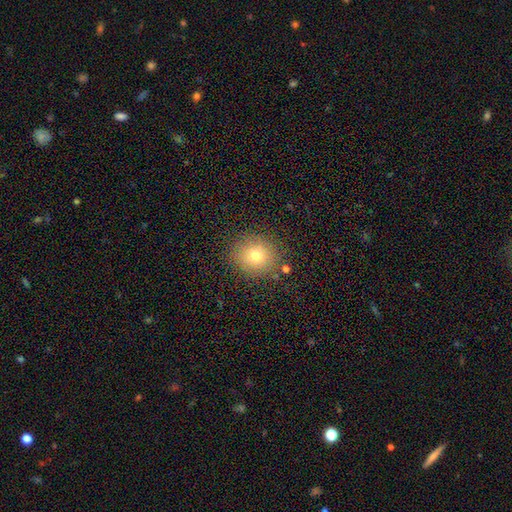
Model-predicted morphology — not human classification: Smooth or featured: smooth — 74% (star or artifact — 14%)
How rounded: round — 80% (in between — 19%)
Merging: none — 83% (minor disturbance — 11%)